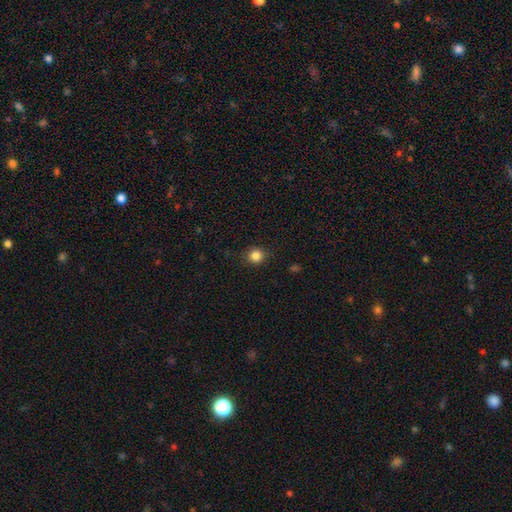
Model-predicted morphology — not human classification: This appears to be a smooth galaxy with no disk features (84%) that is round (89%). Merging: none (88%).